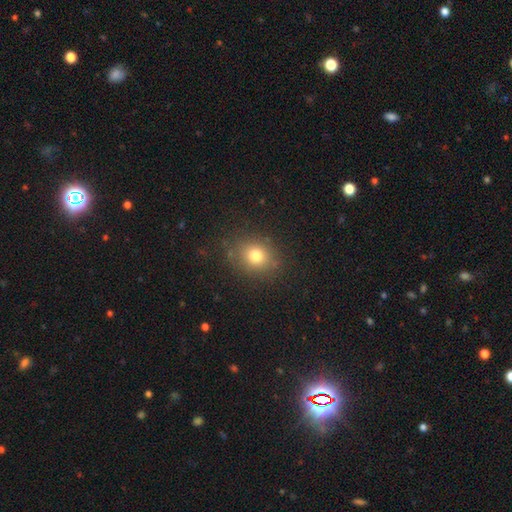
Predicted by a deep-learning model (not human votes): The model was most divided on "how rounded": round: 66%, in between: 33%, cigar-shaped: 1%. More confident: merging — none (83%); smooth or featured — smooth (77%).